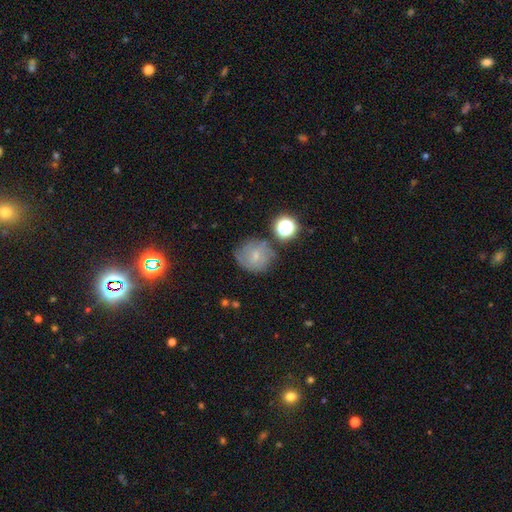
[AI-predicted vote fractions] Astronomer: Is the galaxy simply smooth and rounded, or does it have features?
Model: smooth — 46% (runner-up: featured or disk, 41%).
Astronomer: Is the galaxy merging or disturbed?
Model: none — 64%.